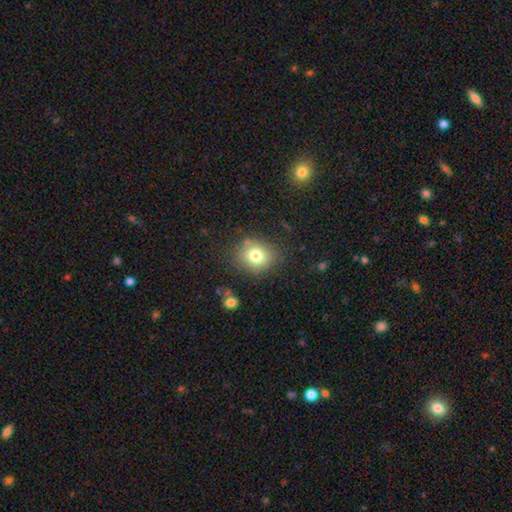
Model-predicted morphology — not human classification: This appears to be a smooth galaxy with no disk features (76%) that is round (70%). Merging: none (80%).